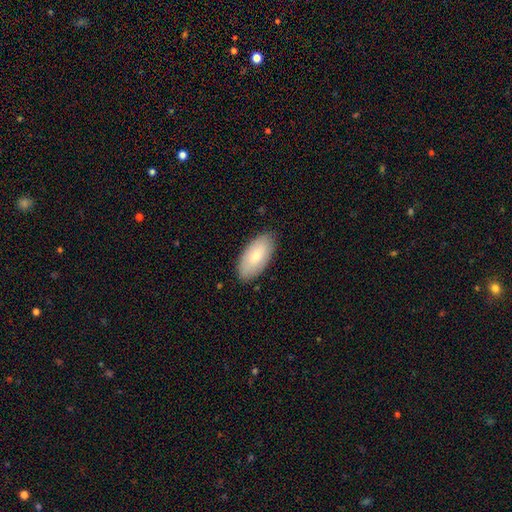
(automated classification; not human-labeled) This appears to be a smooth galaxy with no disk features (76%) that is in between round and cigar-shaped (93%). Merging: none (86%).